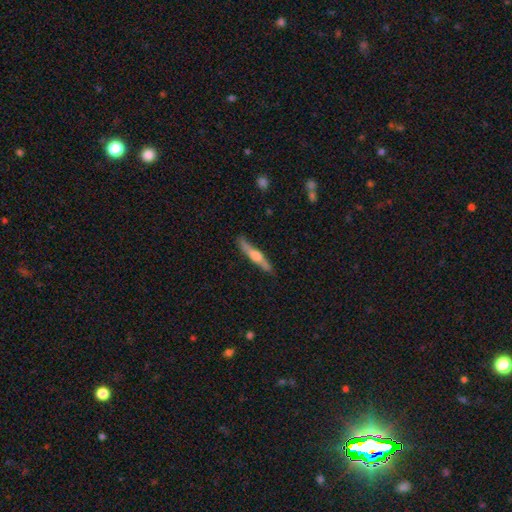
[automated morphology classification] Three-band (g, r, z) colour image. It shows a featured or disk galaxy (62%) viewed edge-on (95%) with a rounded central bulge (83%). Merging: none (84%).